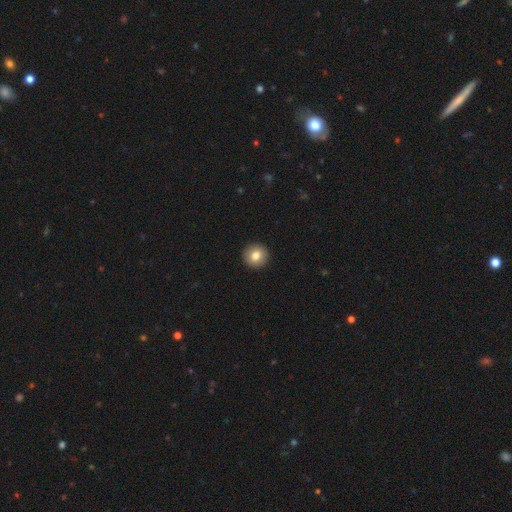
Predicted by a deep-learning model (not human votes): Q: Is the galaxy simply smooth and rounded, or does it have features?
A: smooth — 81%.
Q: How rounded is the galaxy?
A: round — 95%.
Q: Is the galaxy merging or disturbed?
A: none — 94%.